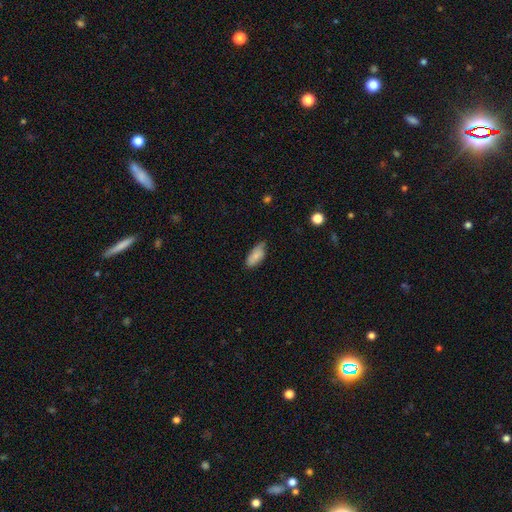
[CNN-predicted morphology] smooth-or-featured: smooth: 79% | featured or disk: 14% | star or artifact: 7%
  how-rounded: in between: 87% | cigar-shaped: 11% | round: 2%
  merging: none: 61% | minor disturbance: 32% | major disturbance: 5% | merger: 2%